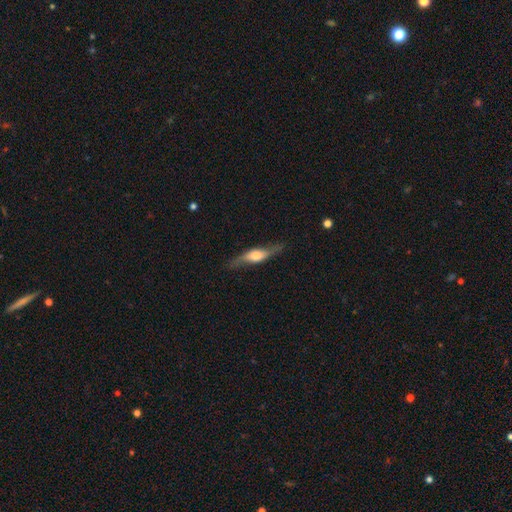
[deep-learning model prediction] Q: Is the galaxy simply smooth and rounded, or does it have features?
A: featured or disk — 59%.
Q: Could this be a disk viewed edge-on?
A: yes — 75%.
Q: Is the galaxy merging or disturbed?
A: none — 76%.